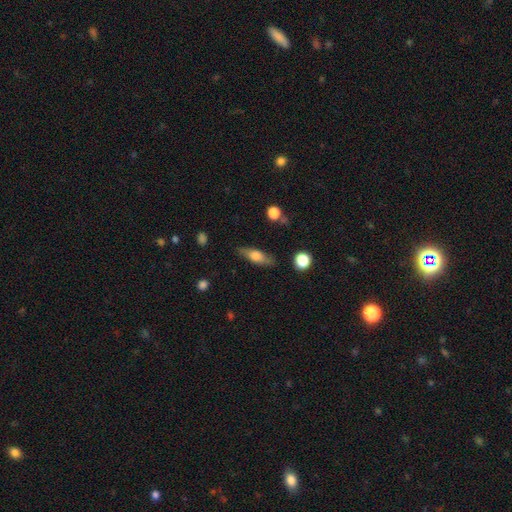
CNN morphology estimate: A smooth galaxy with no disk features (60%) that is in between round and cigar-shaped (55%). Merging: none (81%).